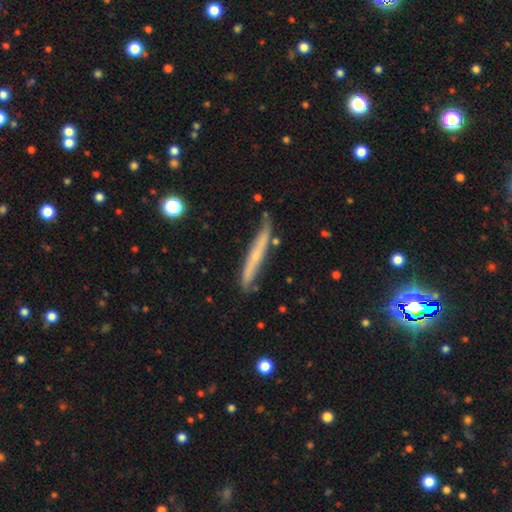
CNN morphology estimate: This is possibly a featured or disk galaxy (55%). It is clearly viewed edge-on (88%). Merging: likely none (73%).